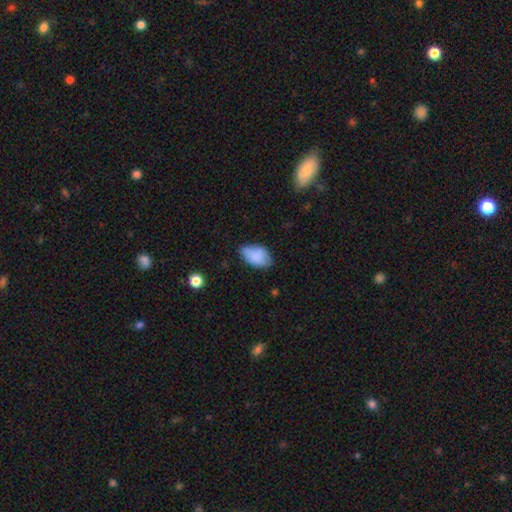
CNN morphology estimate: A smooth galaxy with no disk features (83%) that is in between round and cigar-shaped (92%).

Vote fractions:
- Smooth or featured? smooth: 83% / featured or disk: 10% / star or artifact: 8%
- How rounded? in between: 92% / round: 6% / cigar-shaped: 2%
- Merging? none: 59% / minor disturbance: 32% / major disturbance: 6% / merger: 2%